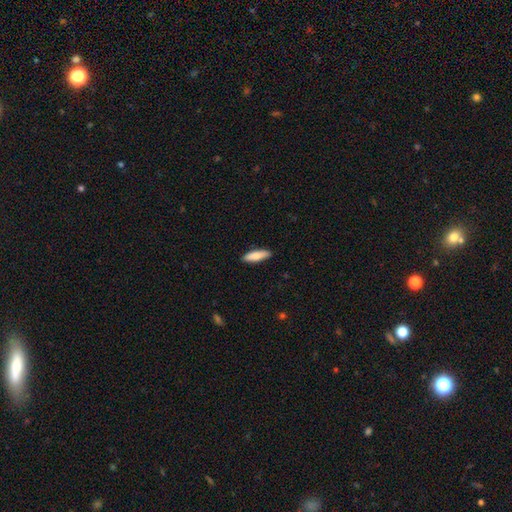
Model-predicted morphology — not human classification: Q: Smooth or featured?
A: smooth (80%); runner-up: featured or disk (14%)
Q: How rounded?
A: cigar-shaped (61%); runner-up: in between (37%)
Q: Merging?
A: none (89%); runner-up: minor disturbance (8%)